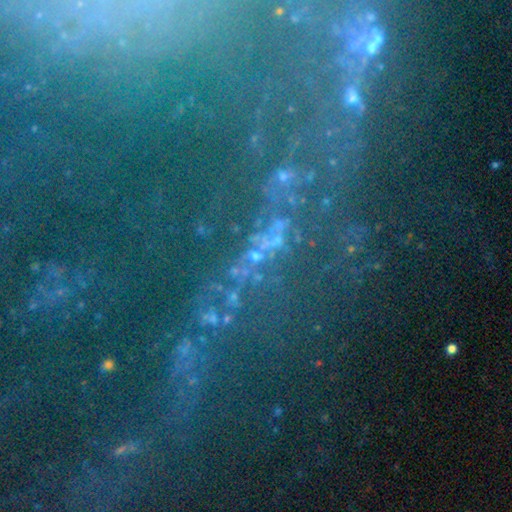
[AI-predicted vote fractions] A star or artifact, not a galaxy (69%).